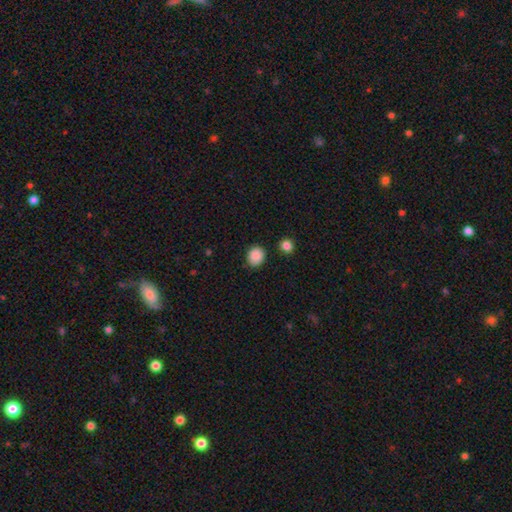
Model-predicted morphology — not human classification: Q: Smooth or featured?
A: smooth (88%); runner-up: star or artifact (9%)
Q: How rounded?
A: round (72%); runner-up: in between (27%)
Q: Merging?
A: none (85%); runner-up: minor disturbance (10%)